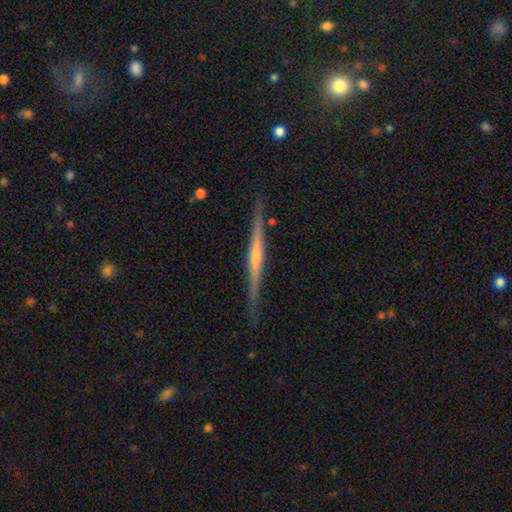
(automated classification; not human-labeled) Smooth or featured?
  - featured or disk: 73% *
  - smooth: 22%
  - star or artifact: 5%
Edge-on disk?
  - yes: 98% *
  - no: 2%
Edge-on bulge?
  - none: 43% *
  - rounded: 42%
  - boxy: 15%
Merging?
  - none: 87% *
  - minor disturbance: 10%
  - major disturbance: 2%
  - merger: 1%